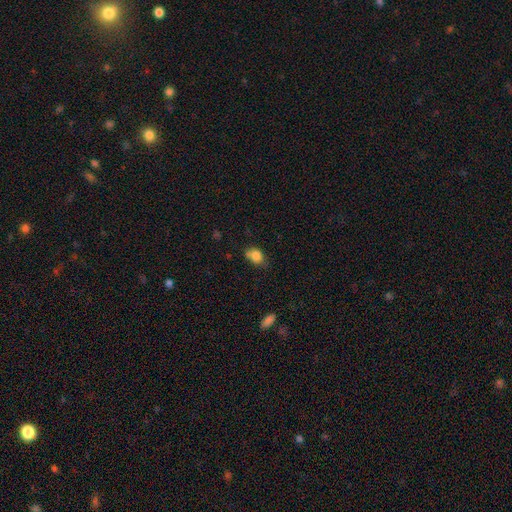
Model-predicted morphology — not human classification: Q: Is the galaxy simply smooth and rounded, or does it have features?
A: smooth — 81%.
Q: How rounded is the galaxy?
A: in between — 59%.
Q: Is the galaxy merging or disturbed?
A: none — 49%.